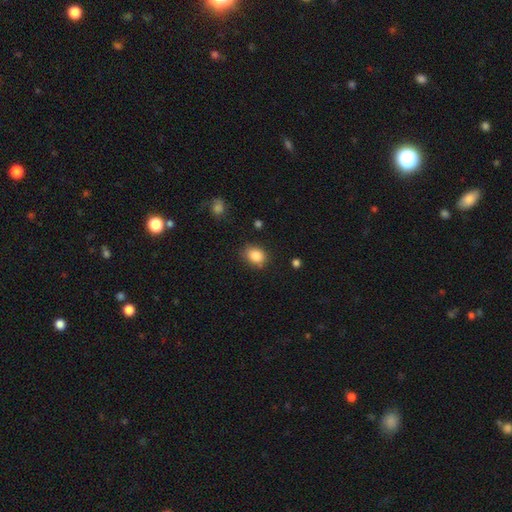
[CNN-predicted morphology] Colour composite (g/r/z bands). It shows a smooth galaxy with no disk features (86%) that is in between round and cigar-shaped (59%). Merging: none (80%).